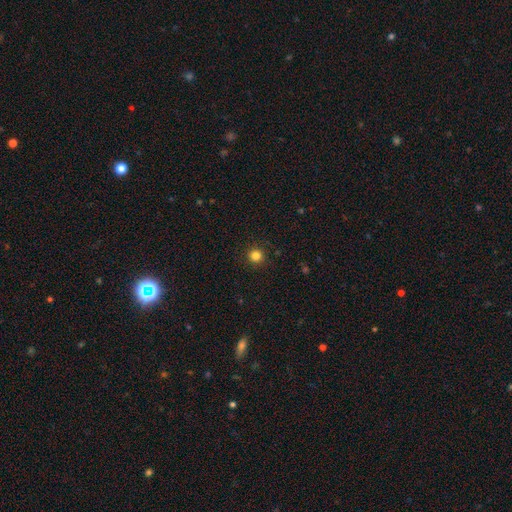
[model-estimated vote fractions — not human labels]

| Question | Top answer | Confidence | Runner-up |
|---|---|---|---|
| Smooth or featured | smooth | 83% | star or artifact (13%) |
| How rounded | round | 95% | in between (4%) |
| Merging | none | 92% | minor disturbance (5%) |